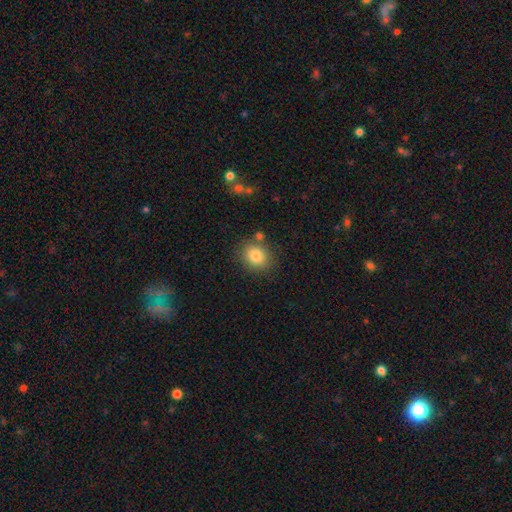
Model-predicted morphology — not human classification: smooth-or-featured: smooth: 82% | star or artifact: 10% | featured or disk: 8%
  how-rounded: round: 69% | in between: 30% | cigar-shaped: 1%
  merging: none: 79% | minor disturbance: 11% | merger: 7% | major disturbance: 3%